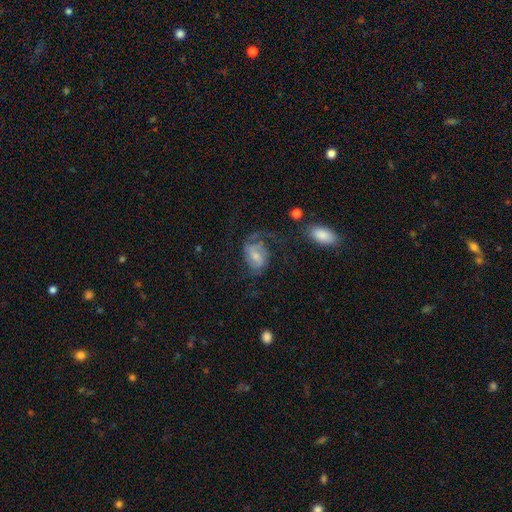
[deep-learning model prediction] smooth-or-featured: featured or disk: 60% | smooth: 31% | star or artifact: 9%
  disk-edge-on: no: 97% | yes: 3%
    bar: weak: 49% | no: 33% | strong: 17%
    has-spiral-arms: yes: 83% | no: 17%
    bulge-size: moderate: 43% | small: 42% | large: 7% | none: 7% | dominant: 2%
  merging: none: 40% | major disturbance: 36% | minor disturbance: 20% | merger: 4%